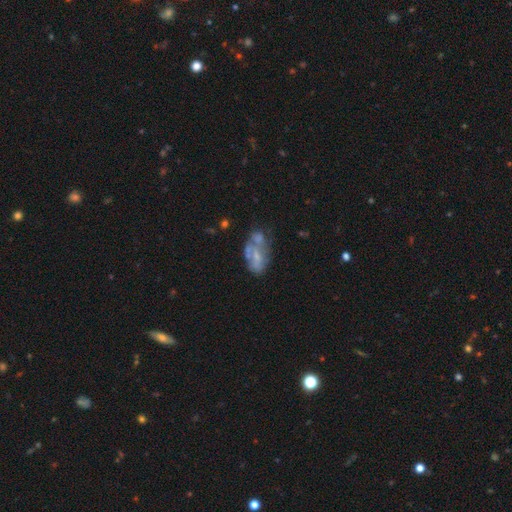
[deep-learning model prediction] Smooth or featured? Predicted: featured or disk (p=0.56). Edge-on disk? Predicted: no (p=0.95). Bar? Predicted: no (p=0.73). Spiral arms? Predicted: no (p=0.74). Bulge size? Predicted: small (p=0.45). Merging? Predicted: none (p=0.32).